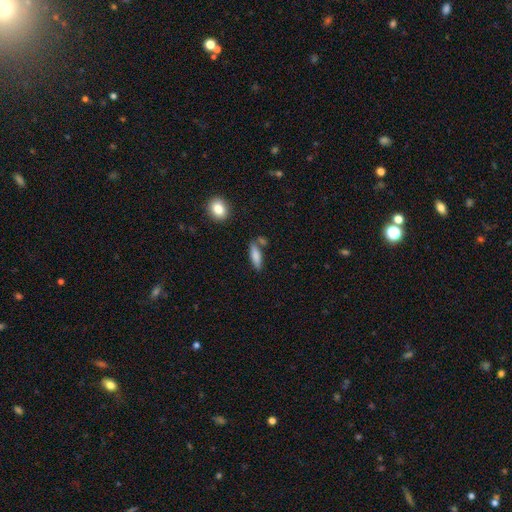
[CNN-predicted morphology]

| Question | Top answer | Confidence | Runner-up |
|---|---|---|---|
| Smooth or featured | smooth | 80% | featured or disk (13%) |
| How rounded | cigar-shaped | 55% | in between (43%) |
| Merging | none | 66% | minor disturbance (16%) |